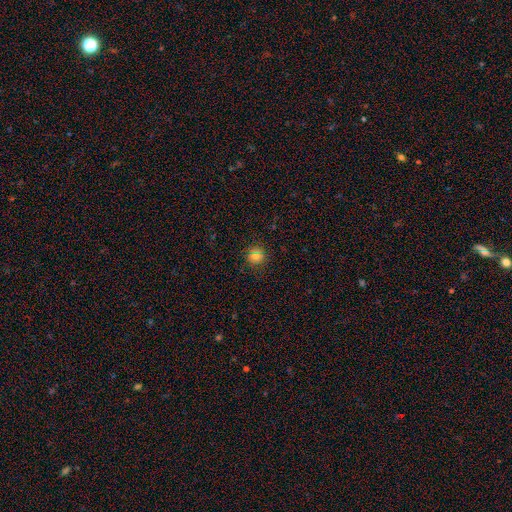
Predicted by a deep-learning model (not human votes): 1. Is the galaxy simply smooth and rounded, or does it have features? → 68% smooth, 23% star or artifact, 9% featured or disk.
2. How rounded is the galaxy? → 91% round, 8% in between, 1% cigar-shaped.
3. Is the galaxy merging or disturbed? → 89% none, 7% minor disturbance, 2% major disturbance, 1% merger.